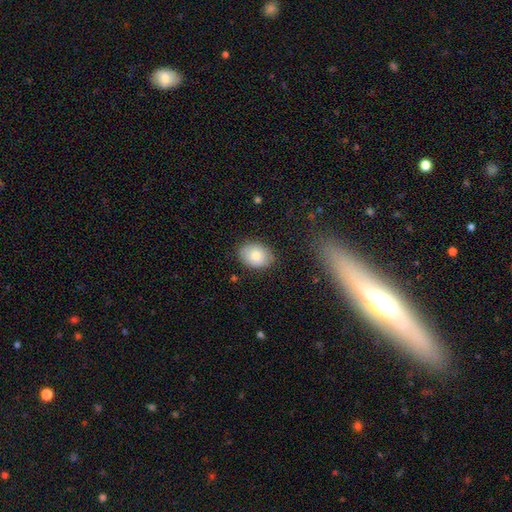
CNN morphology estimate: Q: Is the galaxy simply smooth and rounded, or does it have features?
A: smooth — 78%.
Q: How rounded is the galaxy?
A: in between — 73%.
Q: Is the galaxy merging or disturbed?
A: none — 84%.